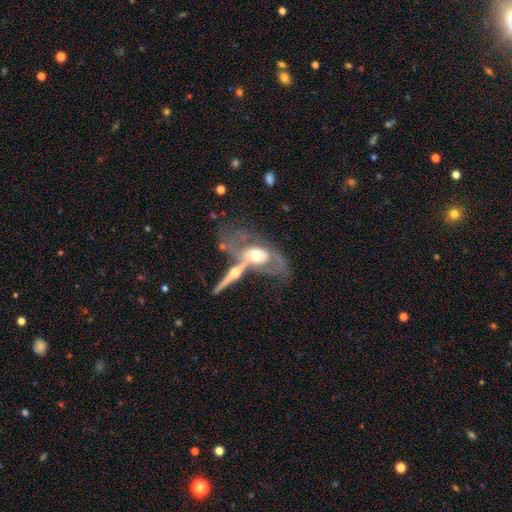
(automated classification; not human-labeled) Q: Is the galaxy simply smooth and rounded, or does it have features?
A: featured or disk — 74%.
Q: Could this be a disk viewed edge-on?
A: no — 67%.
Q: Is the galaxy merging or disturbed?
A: merger — 52%.